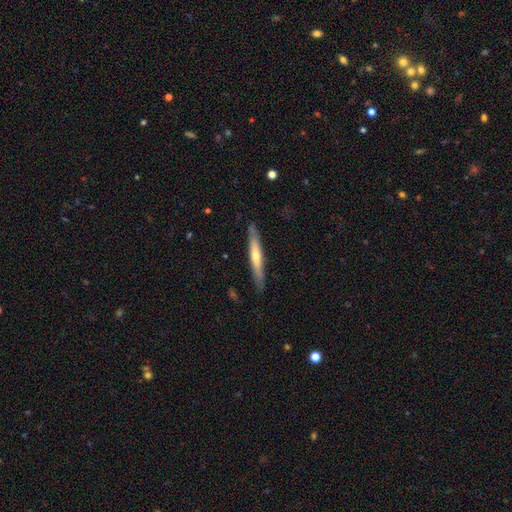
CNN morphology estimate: The model was most divided on "smooth or featured": featured or disk: 55%, smooth: 39%, star or artifact: 6%. More confident: edge-on disk — yes (92%); merging — none (87%); edge-on bulge — rounded (65%).